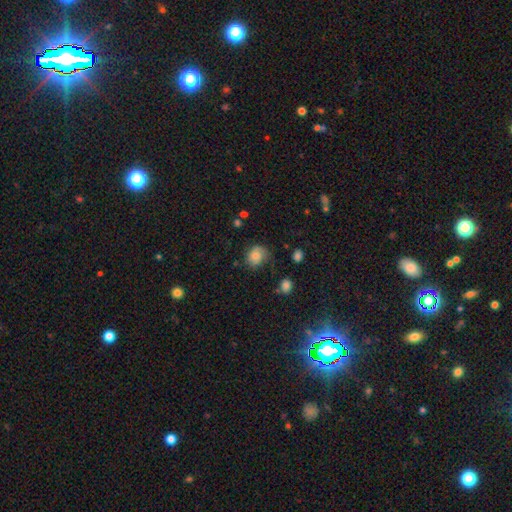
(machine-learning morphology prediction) Smooth or featured? smooth (68%)
How rounded? round (61%)
Merging? none (53%)